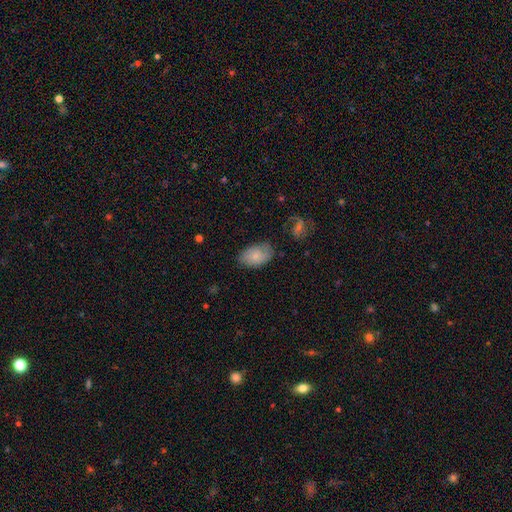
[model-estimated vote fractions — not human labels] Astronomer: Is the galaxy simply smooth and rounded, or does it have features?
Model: smooth — 79%.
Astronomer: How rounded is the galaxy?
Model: in between — 91%.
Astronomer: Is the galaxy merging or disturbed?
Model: none — 70%.